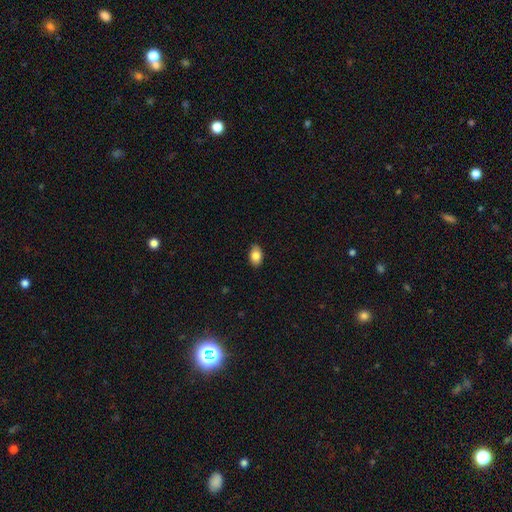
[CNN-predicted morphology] Smooth or featured: smooth — 84% (featured or disk — 9%)
How rounded: in between — 88% (round — 10%)
Merging: none — 88% (minor disturbance — 10%)